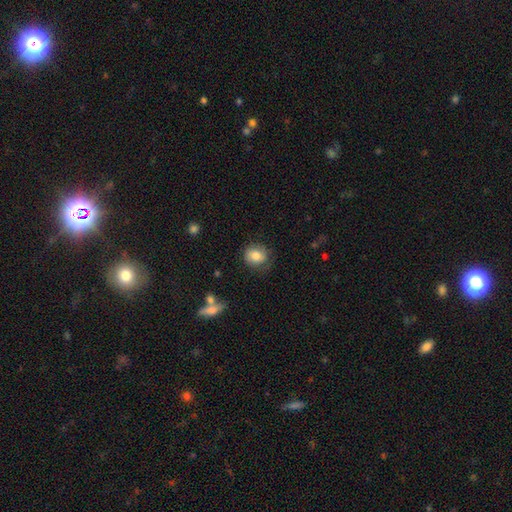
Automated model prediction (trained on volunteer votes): smooth 80%, featured or disk 12%, star or artifact 8%. Down the decision tree: how rounded — round (72%); merging — none (72%).